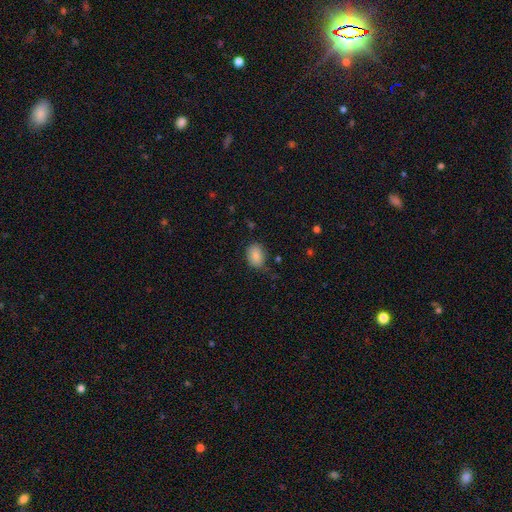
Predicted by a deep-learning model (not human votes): Q: Smooth or featured?
A: smooth (85%); runner-up: star or artifact (8%)
Q: How rounded?
A: in between (72%); runner-up: round (27%)
Q: Merging?
A: none (75%); runner-up: minor disturbance (19%)